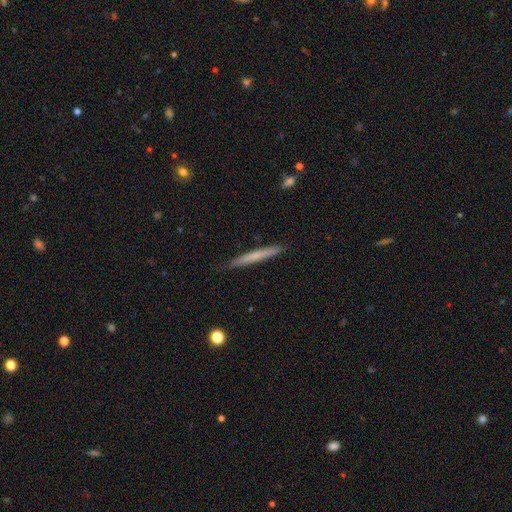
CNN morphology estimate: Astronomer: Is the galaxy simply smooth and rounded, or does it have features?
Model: smooth — 62%.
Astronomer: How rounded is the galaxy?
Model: cigar-shaped — 97%.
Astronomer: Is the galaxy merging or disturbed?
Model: none — 87%.